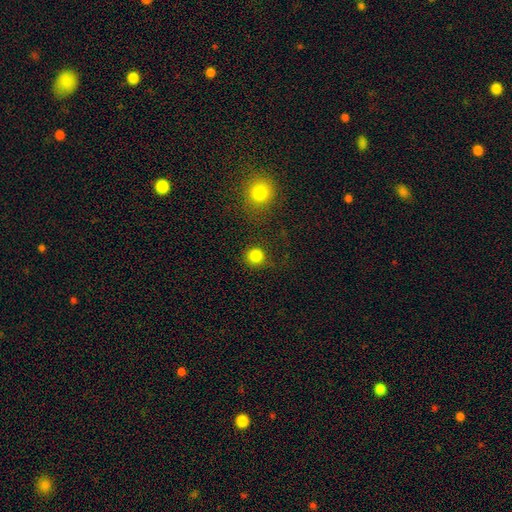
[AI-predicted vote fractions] Q: Smooth or featured?
A: smooth (84%); runner-up: star or artifact (12%)
Q: How rounded?
A: round (92%); runner-up: in between (7%)
Q: Merging?
A: none (81%); runner-up: minor disturbance (10%)